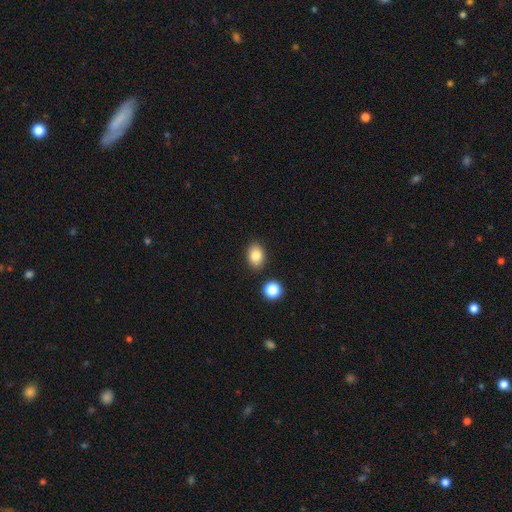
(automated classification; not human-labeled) Overall: smooth (84%). How rounded: in between (72%). Merging: none (85%).